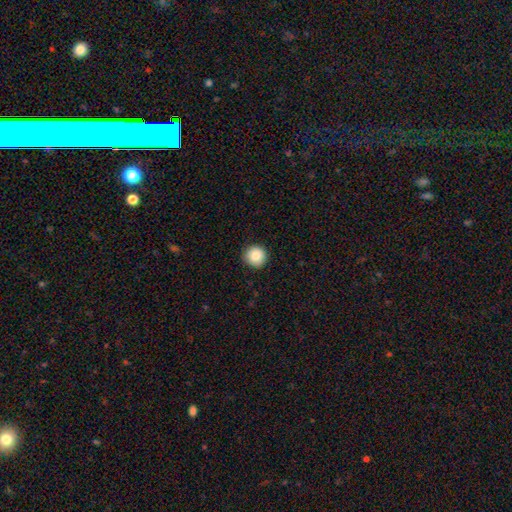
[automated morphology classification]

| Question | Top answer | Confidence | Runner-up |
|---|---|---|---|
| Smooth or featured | smooth | 86% | star or artifact (8%) |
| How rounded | round | 95% | in between (4%) |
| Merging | none | 90% | minor disturbance (7%) |